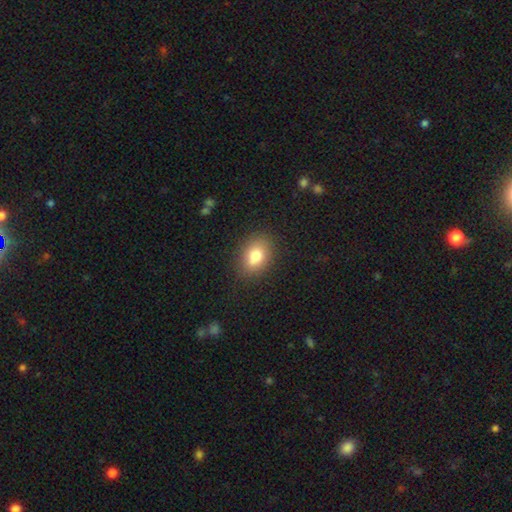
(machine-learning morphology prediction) Overall: smooth (78%). How rounded: in between (74%). Merging: none (82%).